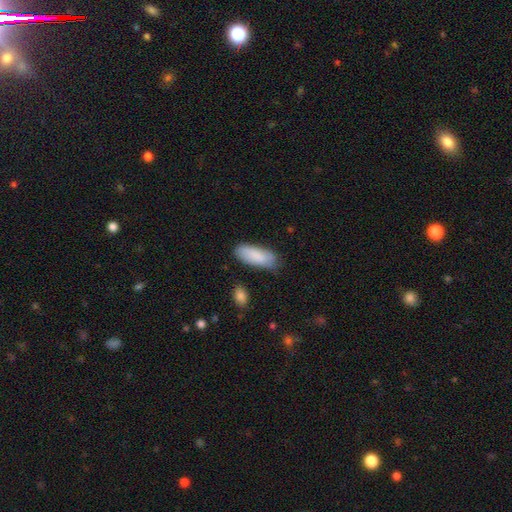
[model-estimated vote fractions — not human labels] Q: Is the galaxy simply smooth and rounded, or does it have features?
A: smooth — 86%.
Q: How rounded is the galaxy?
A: in between — 78%.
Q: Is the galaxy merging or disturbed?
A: none — 72%.